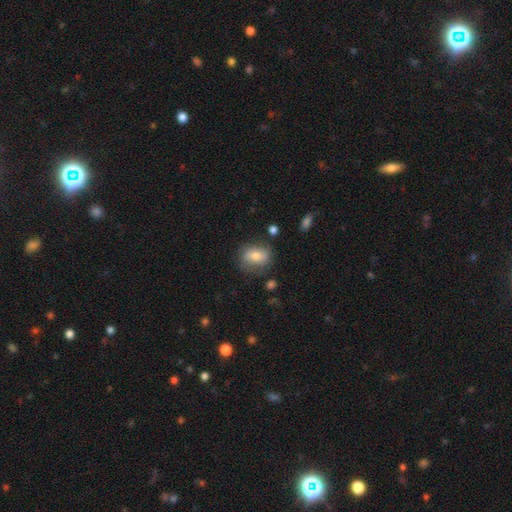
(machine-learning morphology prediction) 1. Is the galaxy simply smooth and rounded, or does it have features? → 66% smooth, 25% featured or disk, 9% star or artifact.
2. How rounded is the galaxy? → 58% in between, 40% round, 2% cigar-shaped.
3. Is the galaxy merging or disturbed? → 70% none, 20% minor disturbance, 7% major disturbance, 3% merger.